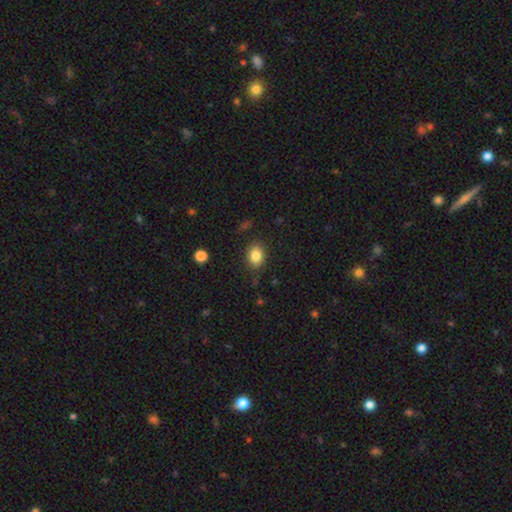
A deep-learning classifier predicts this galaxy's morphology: A smooth galaxy with no disk features (85%) that is in between round and cigar-shaped (68%).

Vote fractions:
- Smooth or featured? smooth: 85% / star or artifact: 9% / featured or disk: 6%
- How rounded? in between: 68% / round: 31% / cigar-shaped: 1%
- Merging? none: 83% / minor disturbance: 12% / major disturbance: 3% / merger: 2%